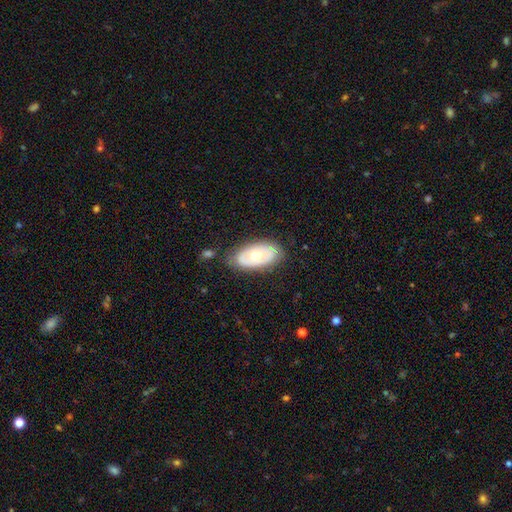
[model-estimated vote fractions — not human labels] A featured or disk galaxy (52%). Merging: none (77%).